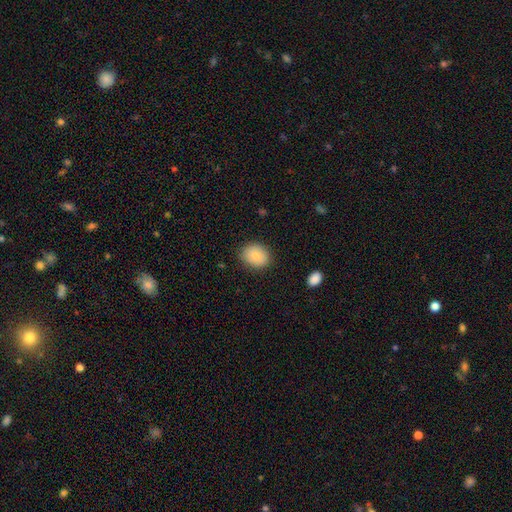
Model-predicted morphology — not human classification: This is clearly a smooth galaxy (84%). How rounded: possibly round (52%). Merging: clearly none (84%).